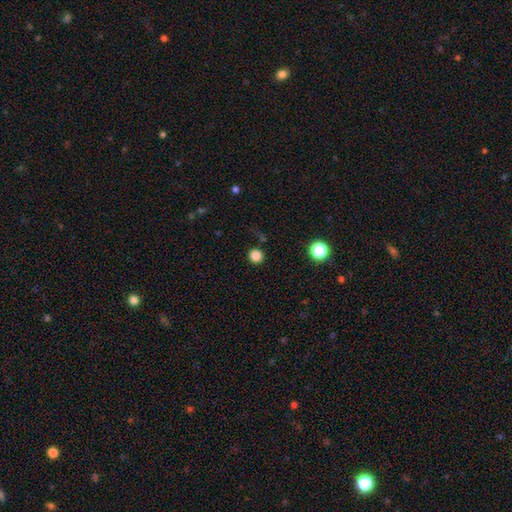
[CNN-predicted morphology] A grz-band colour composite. It shows a smooth galaxy with no disk features (83%) that is round (94%). Merging: none (87%).